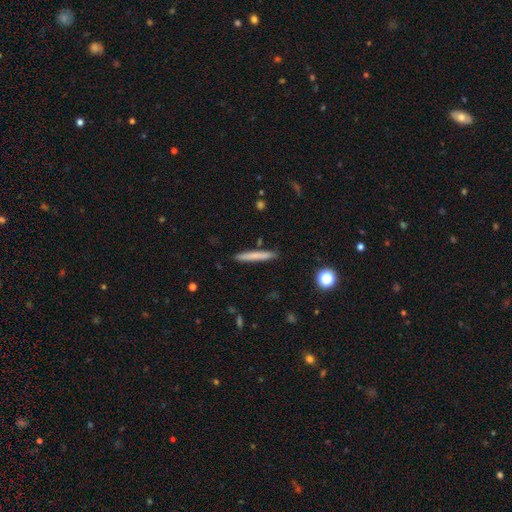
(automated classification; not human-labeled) Overall: smooth (74%). How rounded: cigar-shaped (96%). Merging: none (90%).